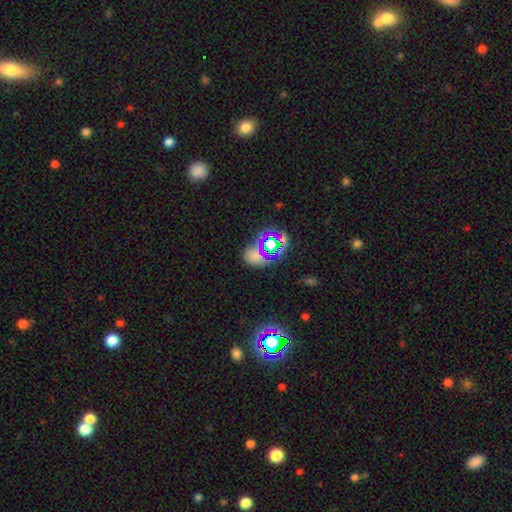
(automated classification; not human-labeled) Smooth or featured? star or artifact (44%, tied with smooth)